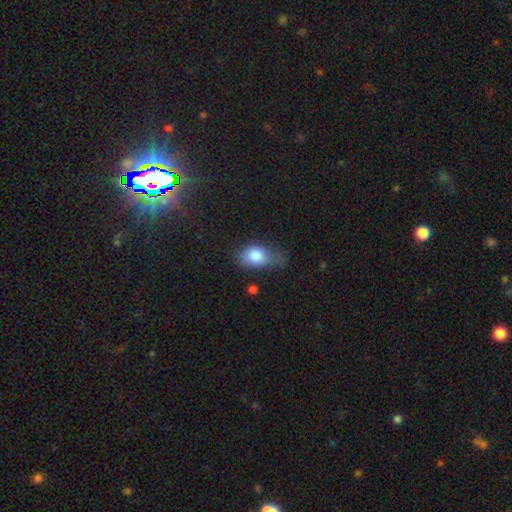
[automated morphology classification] Smooth or featured? Predicted: smooth (p=0.82). How rounded? Predicted: in between (p=0.81). Merging? Predicted: minor disturbance (p=0.39).